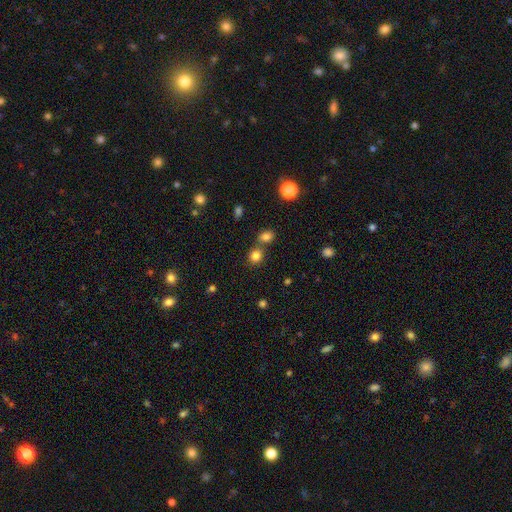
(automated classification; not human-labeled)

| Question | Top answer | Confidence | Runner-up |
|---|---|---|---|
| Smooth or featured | smooth | 81% | star or artifact (13%) |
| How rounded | round | 82% | in between (17%) |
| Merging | none | 63% | merger (26%) |